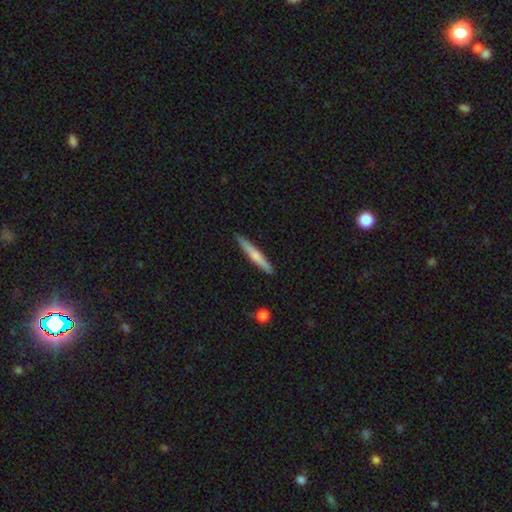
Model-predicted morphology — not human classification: This is possibly a smooth galaxy (59%). How rounded: clearly cigar-shaped (95%). Merging: clearly none (89%).